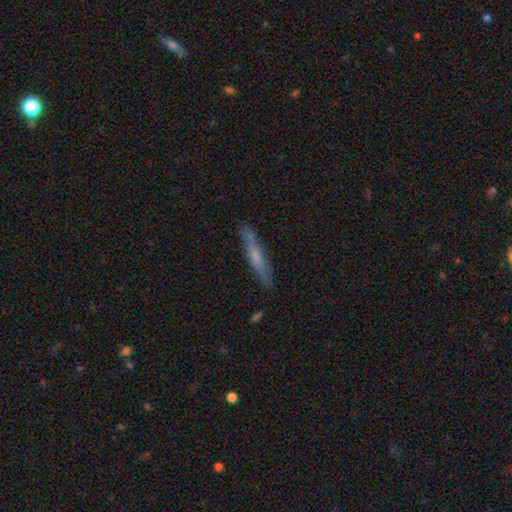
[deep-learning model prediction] smooth-or-featured: smooth: 49% | featured or disk: 45% | star or artifact: 7%
  merging: none: 83% | minor disturbance: 12% | major disturbance: 2% | merger: 2%